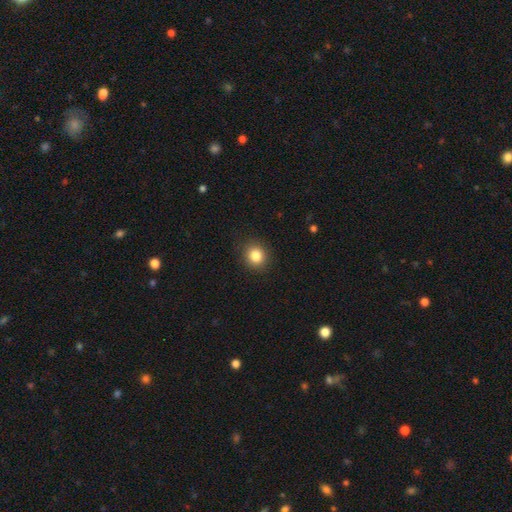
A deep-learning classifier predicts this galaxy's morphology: Smooth or featured?
  - smooth: 84% *
  - star or artifact: 11%
  - featured or disk: 5%
How rounded?
  - round: 83% *
  - in between: 16%
  - cigar-shaped: 1%
Merging?
  - none: 90% *
  - minor disturbance: 7%
  - major disturbance: 2%
  - merger: 1%